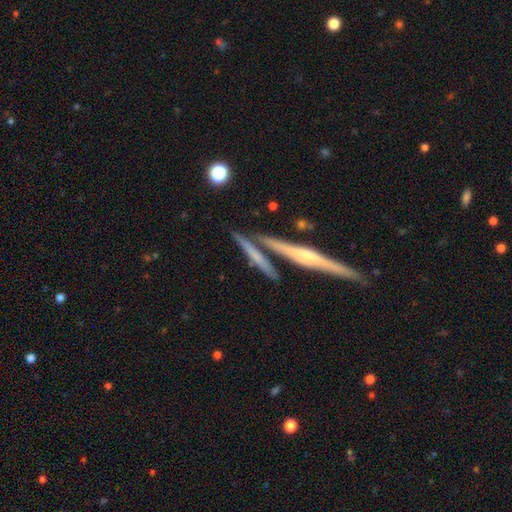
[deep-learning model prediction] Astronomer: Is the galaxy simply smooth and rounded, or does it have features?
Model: featured or disk — 51% (runner-up: smooth, 41%).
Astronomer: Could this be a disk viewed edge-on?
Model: yes — 92%.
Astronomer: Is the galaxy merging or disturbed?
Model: none — 70%.